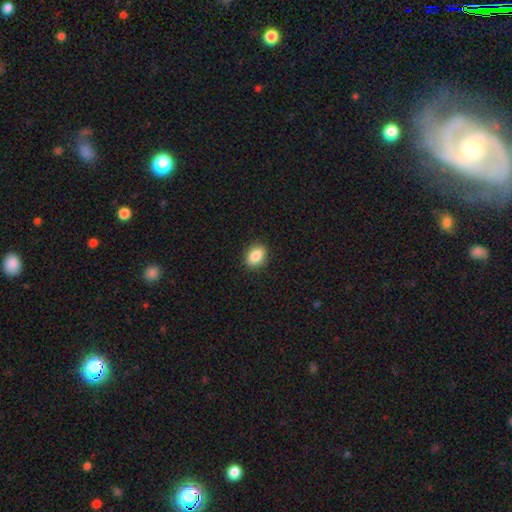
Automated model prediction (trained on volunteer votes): A smooth galaxy with no disk features (87%) that is in between round and cigar-shaped (75%). Merging: none (89%).